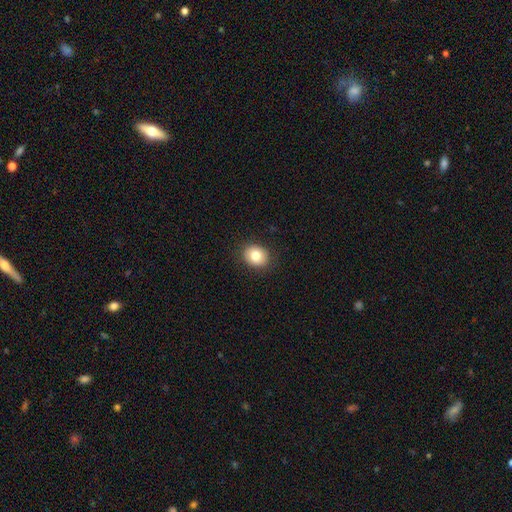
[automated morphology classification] smooth 81%, featured or disk 10%, star or artifact 9%. Down the decision tree: how rounded — round (60%); merging — none (89%).